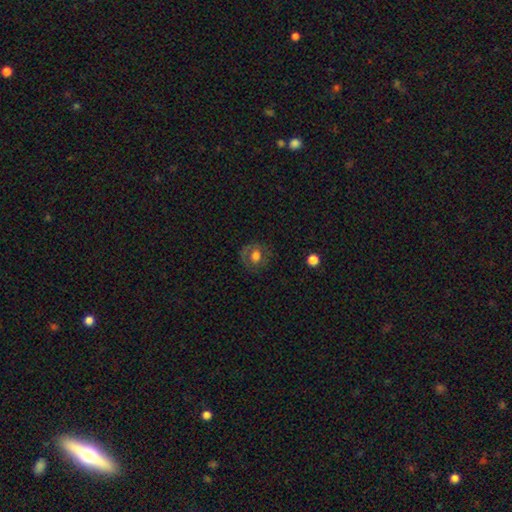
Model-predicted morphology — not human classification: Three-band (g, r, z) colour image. It shows a smooth galaxy with no disk features (61%) that is round (76%). Merging: none (73%).